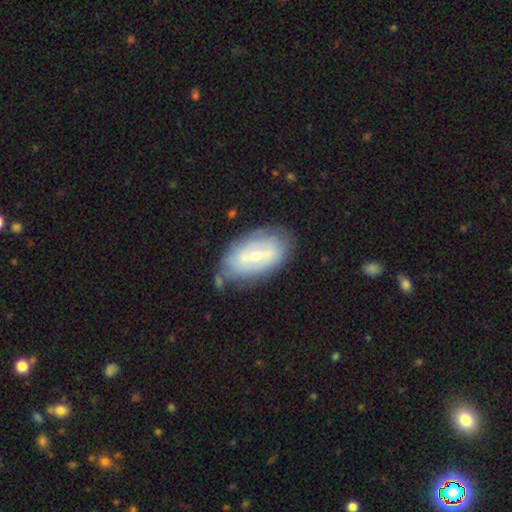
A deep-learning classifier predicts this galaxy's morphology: This appears to be a featured or disk galaxy (57%) with a weak bar (43%), no spiral arms (52%) and a small central bulge (61%). Merging: none (68%).